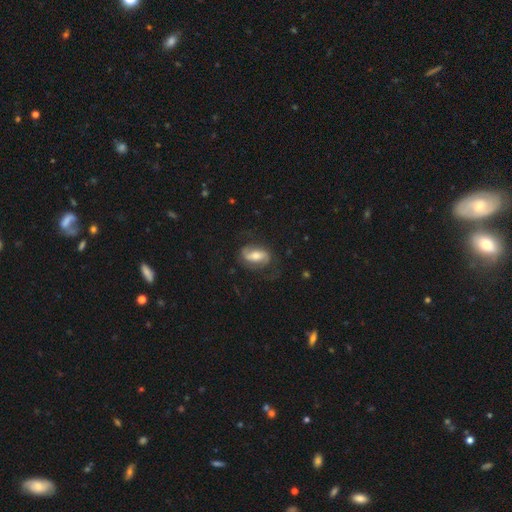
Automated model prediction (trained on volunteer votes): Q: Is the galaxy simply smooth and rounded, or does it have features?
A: featured or disk — 65%.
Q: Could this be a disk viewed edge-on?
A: no — 93%.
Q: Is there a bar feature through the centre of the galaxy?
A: strong — 37%, tied with weak.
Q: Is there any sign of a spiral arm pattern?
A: yes — 87%.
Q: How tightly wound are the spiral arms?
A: loose — 41%, tied with medium.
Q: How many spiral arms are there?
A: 2 — 86%.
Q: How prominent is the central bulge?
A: moderate — 53%.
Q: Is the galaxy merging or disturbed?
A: none — 64%.